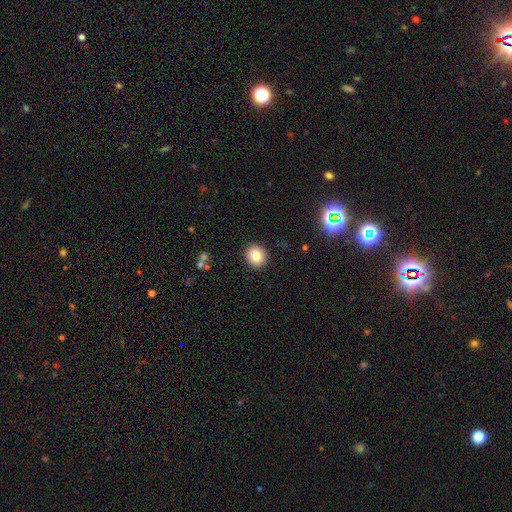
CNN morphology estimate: smooth_or_featured: smooth (p=0.82) [alt: star or artifact p=0.10]
how_rounded: round (p=0.82) [alt: in between p=0.17]
merging: none (p=0.91) [alt: minor disturbance p=0.06]